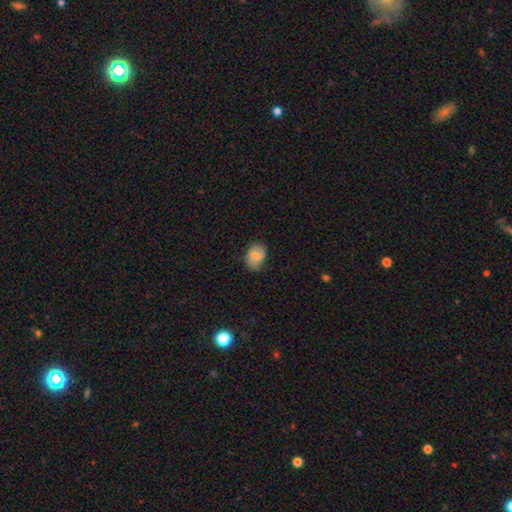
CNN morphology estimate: smooth_or_featured: smooth (p=0.67) [alt: featured or disk p=0.25]
how_rounded: in between (p=0.69) [alt: round p=0.30]
merging: none (p=0.72) [alt: minor disturbance p=0.22]